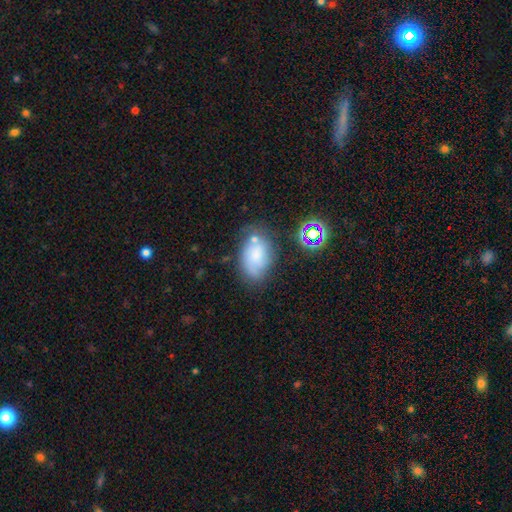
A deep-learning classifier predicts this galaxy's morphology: smooth 65%, featured or disk 22%, star or artifact 14%. Down the decision tree: how rounded — in between (86%); merging — none (50%).